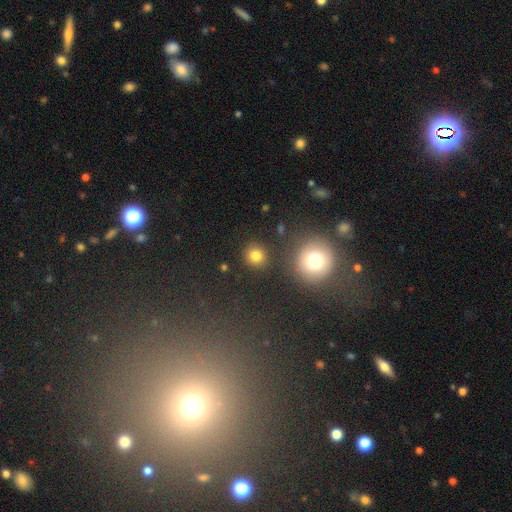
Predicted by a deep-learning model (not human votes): A smooth galaxy with no disk features (80%) that is round (88%). Merging: none (86%).